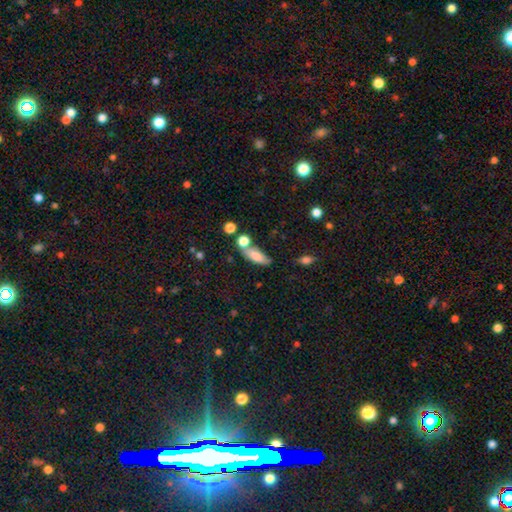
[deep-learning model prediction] Morphology: type=smooth (76%); roundness=in between (68%); merging=none (55%).